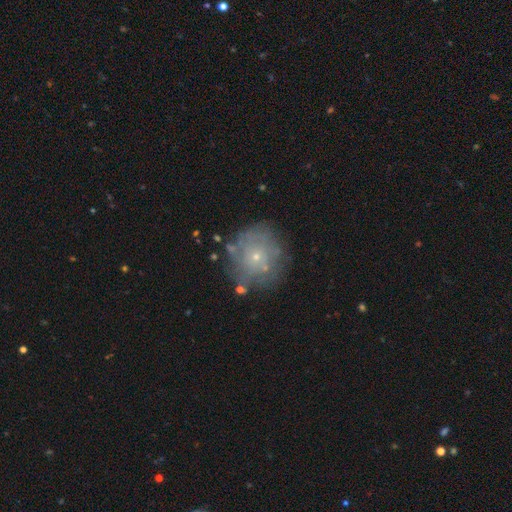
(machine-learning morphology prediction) smooth_or_featured: featured or disk (p=0.46) [alt: smooth p=0.42]
merging: none (p=0.72) [alt: minor disturbance p=0.17]